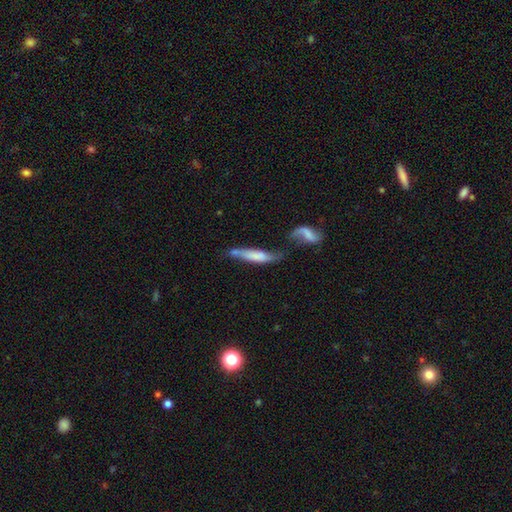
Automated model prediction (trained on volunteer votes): smooth-or-featured: smooth: 58% | featured or disk: 35% | star or artifact: 7%
  how-rounded: cigar-shaped: 77% | in between: 21% | round: 2%
  merging: merger: 36% | none: 28% | minor disturbance: 20% | major disturbance: 15%